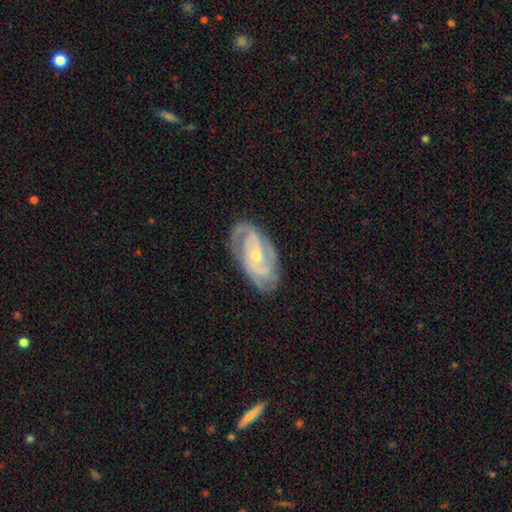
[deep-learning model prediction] Smooth or featured?
  - featured or disk: 84% *
  - smooth: 11%
  - star or artifact: 5%
Edge-on disk?
  - no: 95% *
  - yes: 5%
Bar?
  - no: 57% *
  - weak: 33%
  - strong: 10%
Spiral arms?
  - yes: 95% *
  - no: 5%
Spiral winding?
  - tight: 54% *
  - medium: 37%
  - loose: 9%
Spiral arm count?
  - 2: 49% *
  - 3: 20%
  - can't tell: 19%
  - 4: 5%
  - 1: 4%
  - more than 4: 3%
Bulge size?
  - small: 63% *
  - moderate: 34%
  - large: 1%
  - none: 1%
  - dominant: 1%
Merging?
  - none: 76% *
  - minor disturbance: 18%
  - major disturbance: 5%
  - merger: 1%